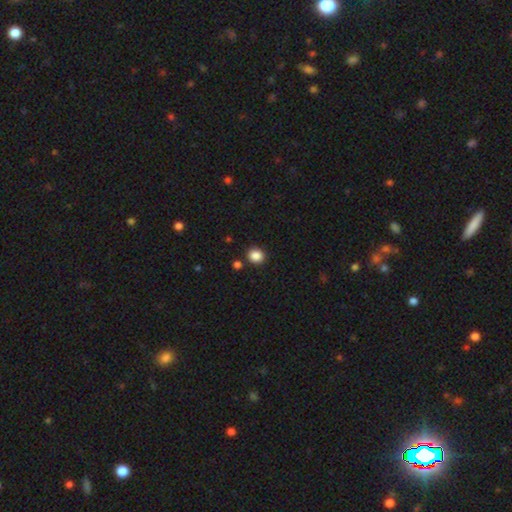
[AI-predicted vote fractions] This is clearly a smooth galaxy (86%). How rounded: clearly round (81%). Merging: clearly none (87%).